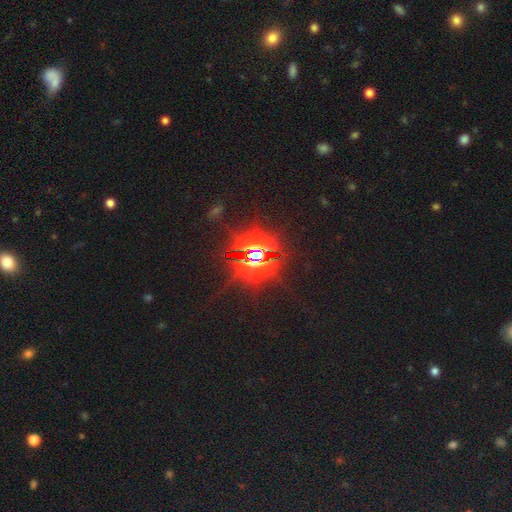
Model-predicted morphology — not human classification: Smooth or featured? Predicted: star or artifact (p=0.84).